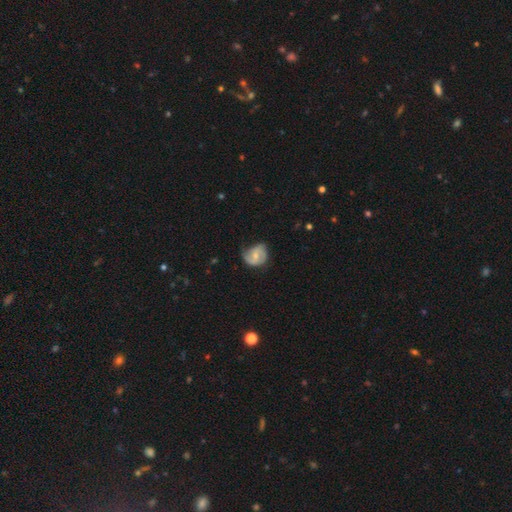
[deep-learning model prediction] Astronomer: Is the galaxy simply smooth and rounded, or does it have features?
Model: featured or disk — 57% (runner-up: smooth, 37%).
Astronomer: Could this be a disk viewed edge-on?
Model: no — 97%.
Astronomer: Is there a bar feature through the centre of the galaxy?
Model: no — 44% (runner-up: weak, 41%).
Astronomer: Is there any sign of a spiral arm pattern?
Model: yes — 79%.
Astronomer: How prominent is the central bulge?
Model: moderate — 48% (runner-up: small, 47%).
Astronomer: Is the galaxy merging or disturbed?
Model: none — 47% (runner-up: minor disturbance, 36%).